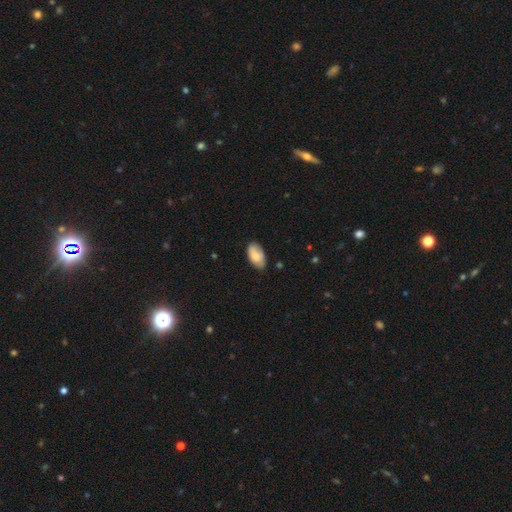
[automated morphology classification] This is likely a smooth galaxy (72%). How rounded: clearly in between (95%). Merging: likely none (71%).